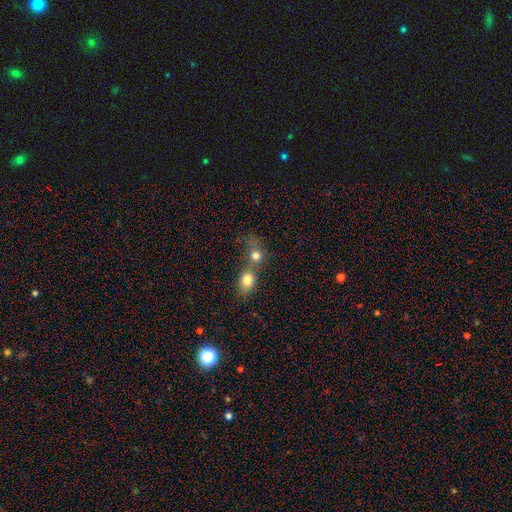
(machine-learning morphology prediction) The model was most divided on "how rounded": round: 68%, in between: 30%, cigar-shaped: 2%. More confident: smooth or featured — smooth (76%); merging — merger (65%).